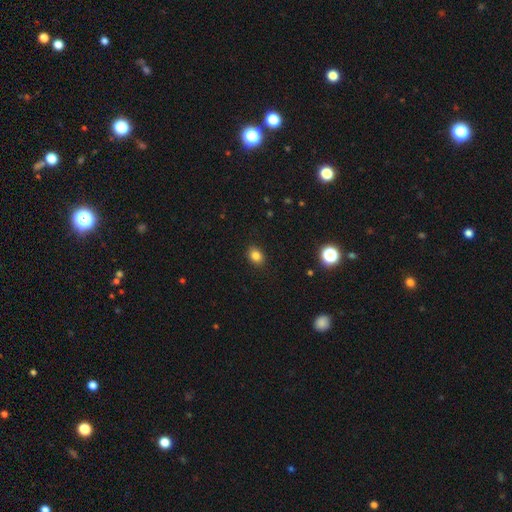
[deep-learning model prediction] This is clearly a smooth galaxy (83%). How rounded: possibly in between (59%). Merging: clearly none (89%).